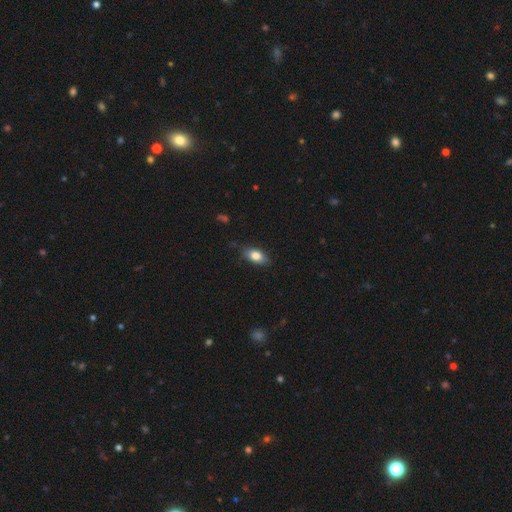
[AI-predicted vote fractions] Q: Smooth or featured?
A: smooth (81%); runner-up: featured or disk (11%)
Q: How rounded?
A: in between (87%); runner-up: cigar-shaped (7%)
Q: Merging?
A: none (82%); runner-up: minor disturbance (14%)